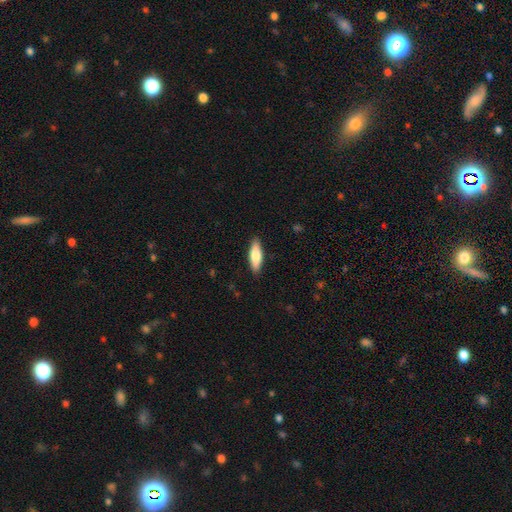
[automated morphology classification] A smooth galaxy with no disk features (73%) that is cigar-shaped (50%).

Vote fractions:
- Smooth or featured? smooth: 73% / featured or disk: 22% / star or artifact: 5%
- How rounded? cigar-shaped: 50% / in between: 48% / round: 2%
- Merging? none: 89% / minor disturbance: 9% / major disturbance: 2% / merger: 1%